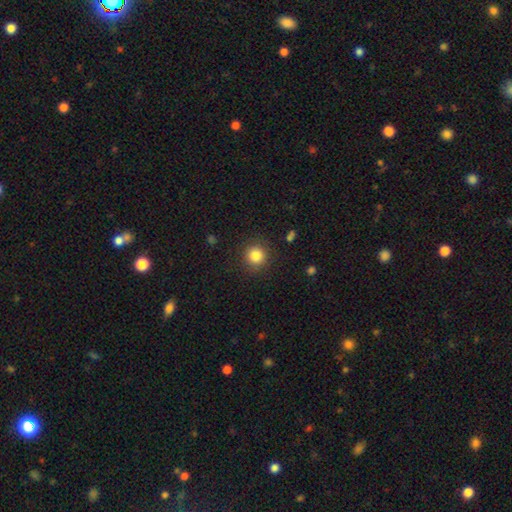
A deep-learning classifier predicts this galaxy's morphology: smooth-or-featured: smooth: 84% | star or artifact: 10% | featured or disk: 5%
  how-rounded: round: 93% | in between: 6% | cigar-shaped: 1%
  merging: none: 89% | minor disturbance: 7% | major disturbance: 3% | merger: 1%